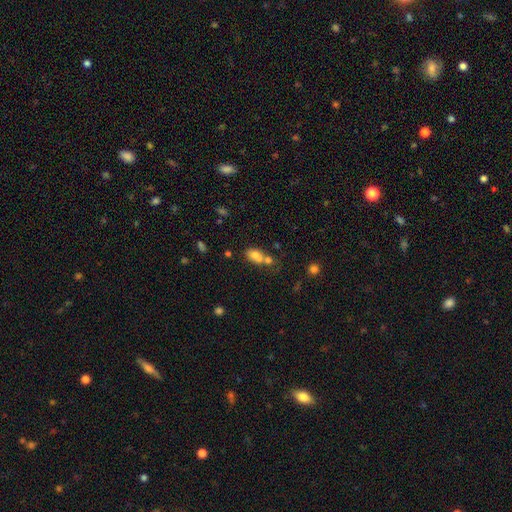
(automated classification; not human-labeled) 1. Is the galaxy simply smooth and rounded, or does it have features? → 70% smooth, 19% featured or disk, 12% star or artifact.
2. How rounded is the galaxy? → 69% in between, 29% round, 3% cigar-shaped.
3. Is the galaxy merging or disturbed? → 54% merger, 30% none, 10% minor disturbance, 6% major disturbance.